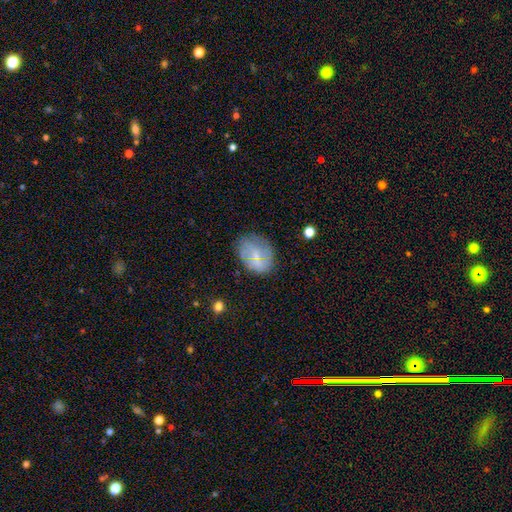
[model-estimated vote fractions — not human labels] This appears to be a smooth galaxy with no disk features (53%) that is in between round and cigar-shaped (65%). Merging: none (62%).